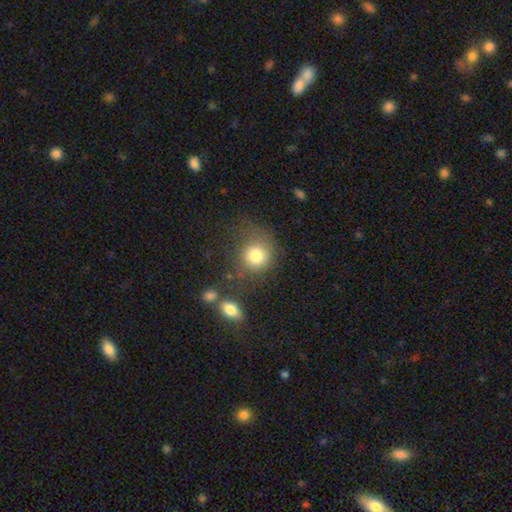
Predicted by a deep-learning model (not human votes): This appears to be a smooth galaxy with no disk features (80%) that is round (84%). Merging: none (57%).